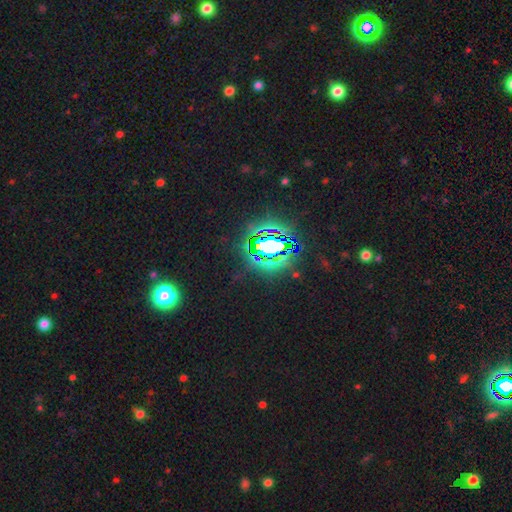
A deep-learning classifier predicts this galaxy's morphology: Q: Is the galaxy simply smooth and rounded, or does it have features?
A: star or artifact — 85%.